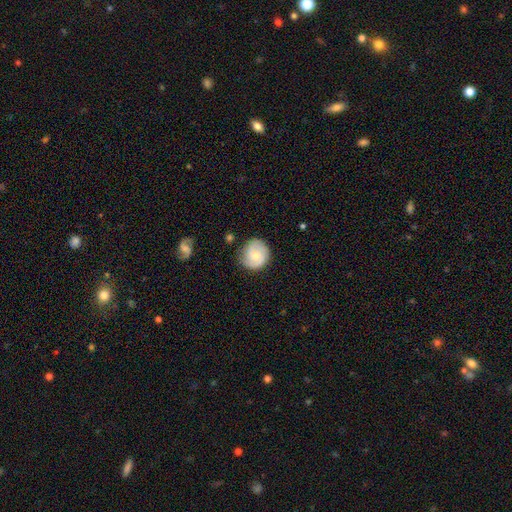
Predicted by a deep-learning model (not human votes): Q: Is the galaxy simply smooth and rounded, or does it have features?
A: featured or disk — 62%.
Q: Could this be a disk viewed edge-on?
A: no — 98%.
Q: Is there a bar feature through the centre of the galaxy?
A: no — 60%.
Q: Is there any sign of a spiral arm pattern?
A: yes — 93%.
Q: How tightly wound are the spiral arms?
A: tight — 43%.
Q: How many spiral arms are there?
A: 2 — 74%.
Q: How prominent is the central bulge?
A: moderate — 47%.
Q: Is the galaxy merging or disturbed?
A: none — 77%.